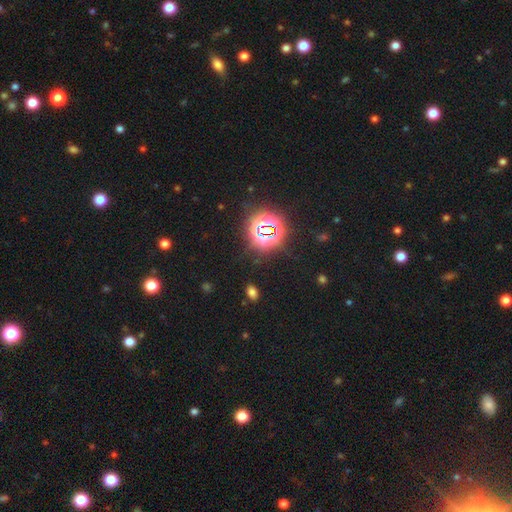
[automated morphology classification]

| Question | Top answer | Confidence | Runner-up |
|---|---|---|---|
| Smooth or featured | star or artifact | 81% | smooth (12%) |